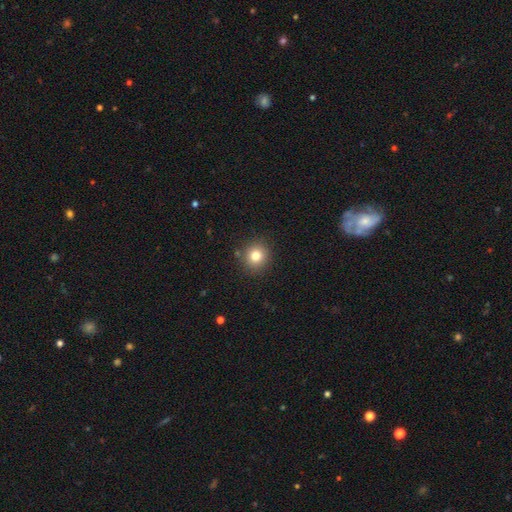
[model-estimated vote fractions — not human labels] The model was most divided on "smooth or featured": smooth: 80%, star or artifact: 12%, featured or disk: 8%. More confident: how rounded — round (89%); merging — none (88%).